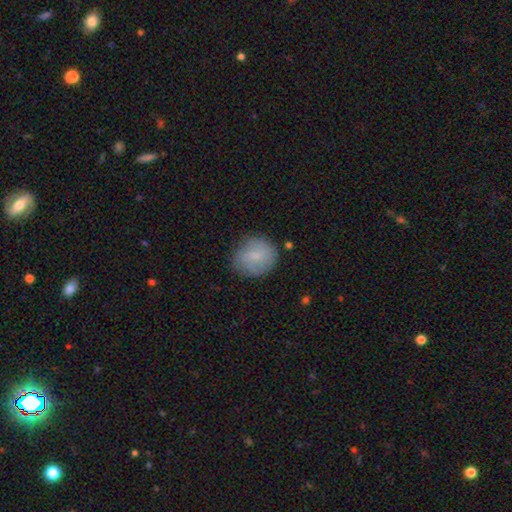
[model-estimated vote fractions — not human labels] The model was most divided on "how rounded": round: 74%, in between: 24%, cigar-shaped: 1%. More confident: smooth or featured — smooth (76%); merging — none (74%).